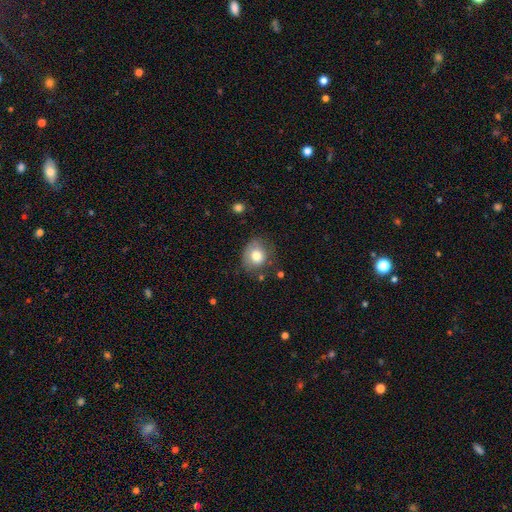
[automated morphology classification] Smooth or featured? smooth (74%)
How rounded? round (69%)
Merging? none (62%)